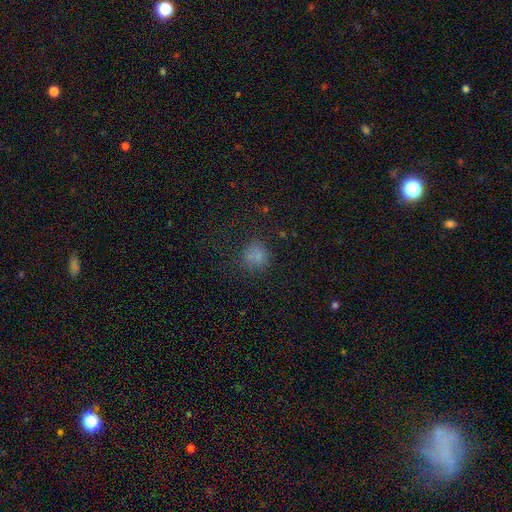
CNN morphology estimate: smooth 71%, star or artifact 19%, featured or disk 10%. Down the decision tree: how rounded — round (82%); merging — none (70%).